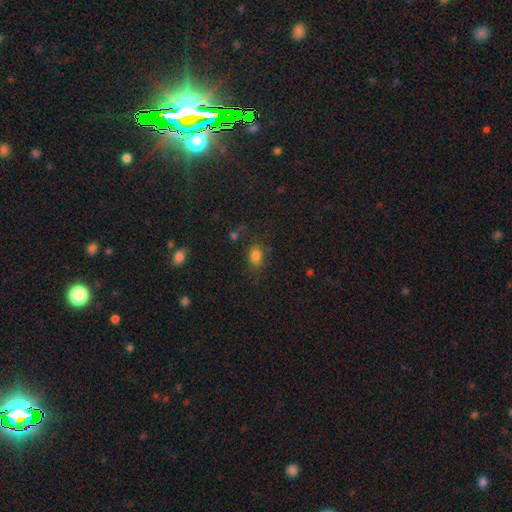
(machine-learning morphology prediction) smooth 80%, star or artifact 13%, featured or disk 7%. Down the decision tree: how rounded — in between (75%); merging — none (75%).